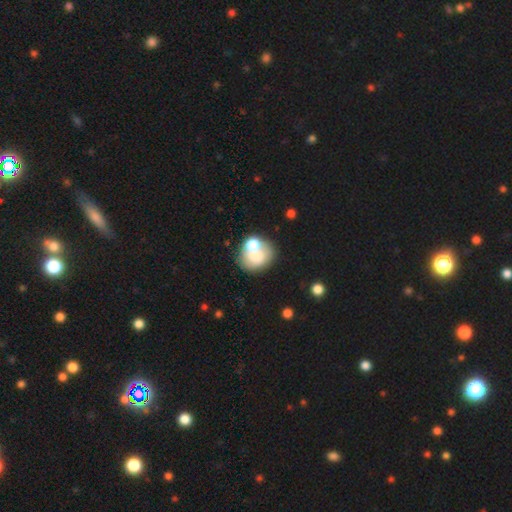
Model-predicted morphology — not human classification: smooth-or-featured: smooth: 65% | featured or disk: 25% | star or artifact: 10%
  how-rounded: round: 56% | in between: 43% | cigar-shaped: 1%
  merging: merger: 39% (tied) | none: 39% (tied) | minor disturbance: 14% | major disturbance: 8%